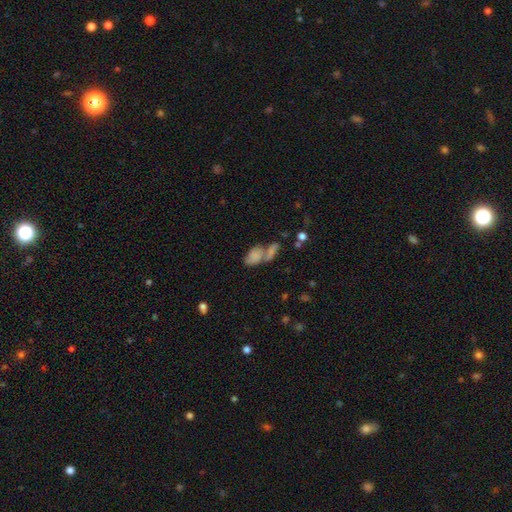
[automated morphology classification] This is likely a smooth galaxy (74%). How rounded: clearly in between (87%). Merging: possibly merger (56%).